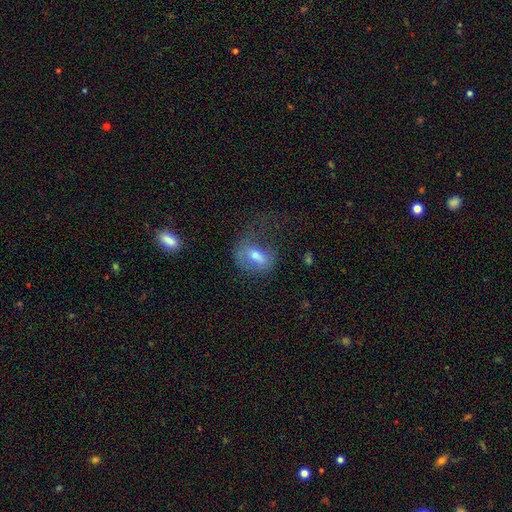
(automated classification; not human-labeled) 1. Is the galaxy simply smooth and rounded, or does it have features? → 56% smooth, 33% featured or disk, 11% star or artifact.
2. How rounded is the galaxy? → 75% in between, 20% round, 5% cigar-shaped.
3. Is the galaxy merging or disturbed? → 44% major disturbance, 31% none, 22% minor disturbance, 3% merger.